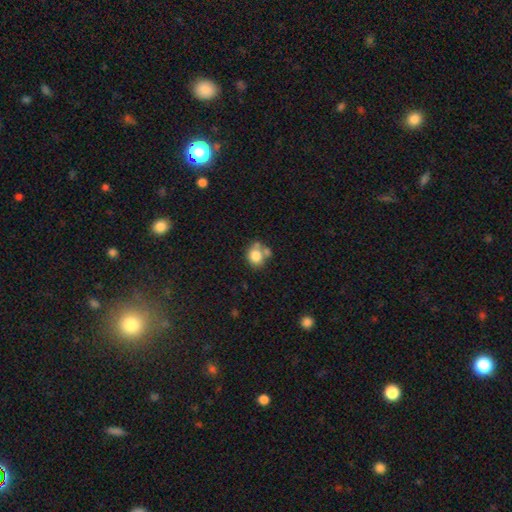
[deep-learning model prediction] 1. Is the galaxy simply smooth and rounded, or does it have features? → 79% smooth, 12% featured or disk, 9% star or artifact.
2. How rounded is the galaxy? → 60% round, 39% in between, 1% cigar-shaped.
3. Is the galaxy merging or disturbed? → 43% none, 33% merger, 16% minor disturbance, 7% major disturbance.